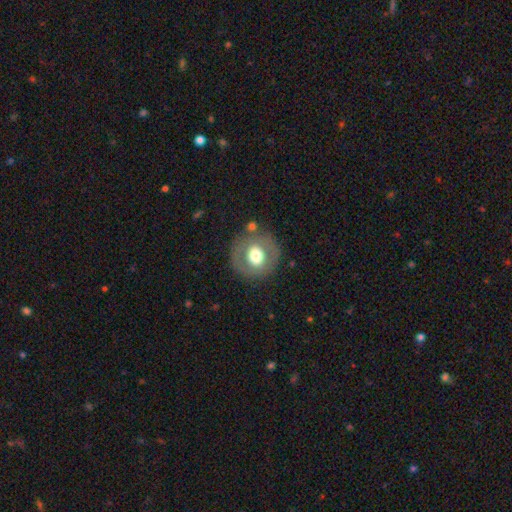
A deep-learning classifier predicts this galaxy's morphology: Smooth or featured: smooth — 56% (featured or disk — 36%)
How rounded: round — 90% (in between — 9%)
Merging: none — 78% (minor disturbance — 12%)